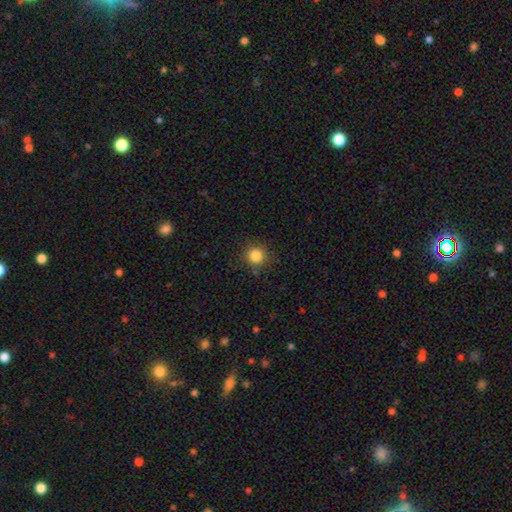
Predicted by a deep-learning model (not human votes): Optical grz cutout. It shows a smooth galaxy with no disk features (84%) that is round (92%). Merging: none (87%).